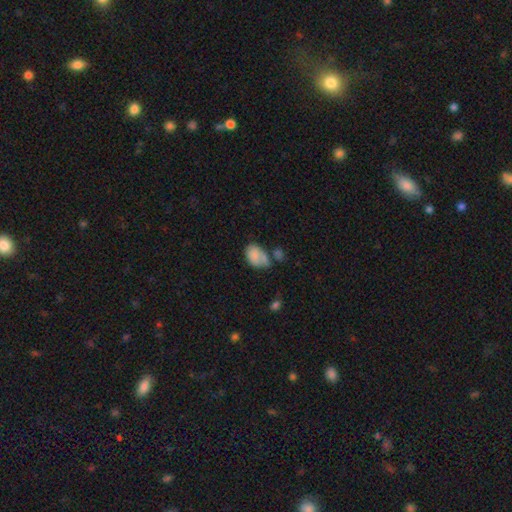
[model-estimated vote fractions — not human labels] Q: Smooth or featured?
A: smooth (79%); runner-up: featured or disk (12%)
Q: How rounded?
A: in between (86%); runner-up: round (13%)
Q: Merging?
A: none (35%); runner-up: minor disturbance (27%)